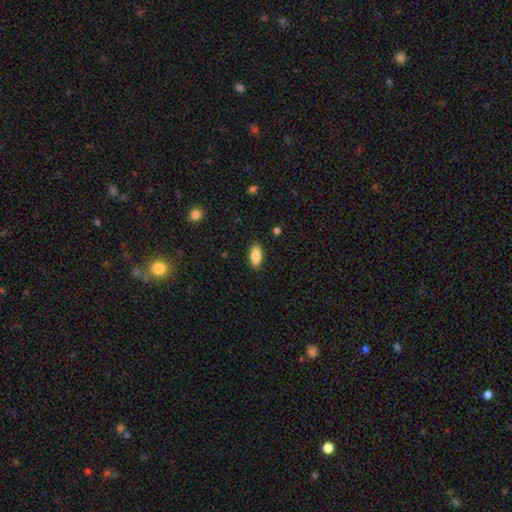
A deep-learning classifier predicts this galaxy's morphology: smooth 86%, featured or disk 7%, star or artifact 7%. Down the decision tree: how rounded — in between (89%); merging — none (89%).